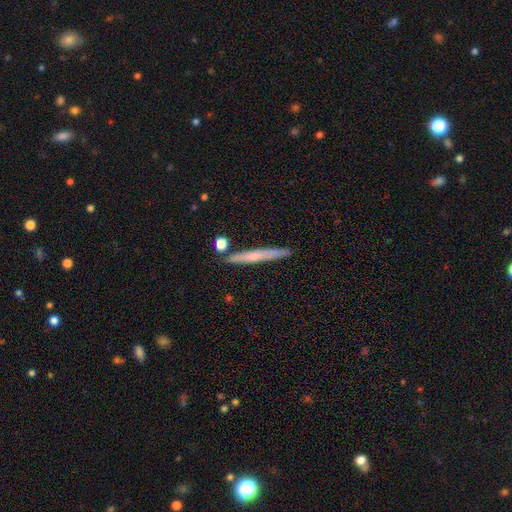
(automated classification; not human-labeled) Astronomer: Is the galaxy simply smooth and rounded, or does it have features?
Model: smooth — 52% (runner-up: featured or disk, 41%).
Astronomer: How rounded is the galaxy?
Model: cigar-shaped — 96%.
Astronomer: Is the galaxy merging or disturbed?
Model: none — 83%.